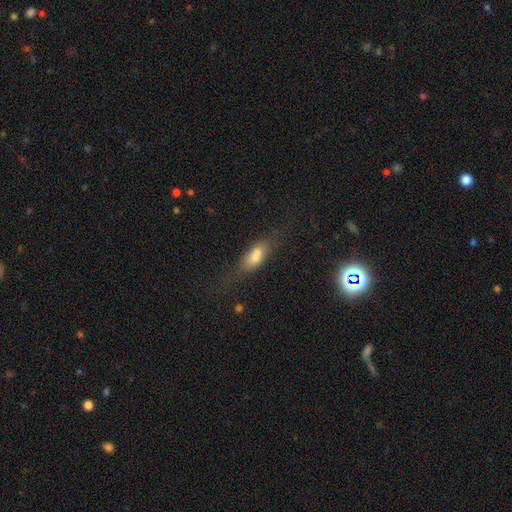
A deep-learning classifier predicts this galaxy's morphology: type=smooth (63%); roundness=in between (61%); merging=none (53%).